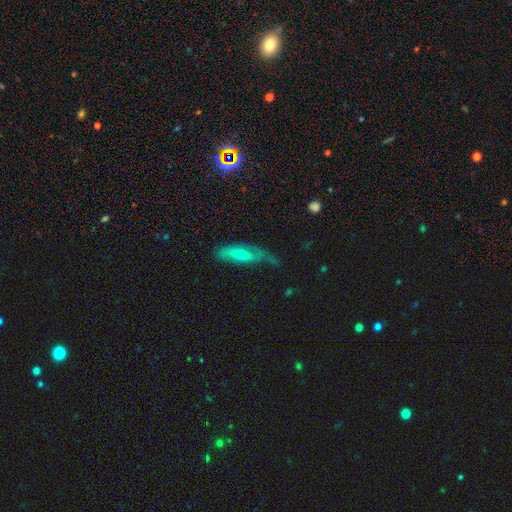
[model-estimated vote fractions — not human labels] smooth-or-featured: featured or disk: 48% | smooth: 44% | star or artifact: 8%
  merging: none: 41% | minor disturbance: 34% | major disturbance: 22% | merger: 3%